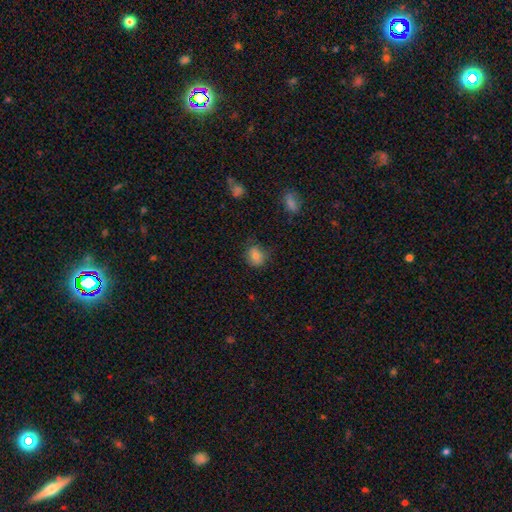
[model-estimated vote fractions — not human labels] A smooth galaxy with no disk features (80%) that is round (64%). Merging: none (72%).